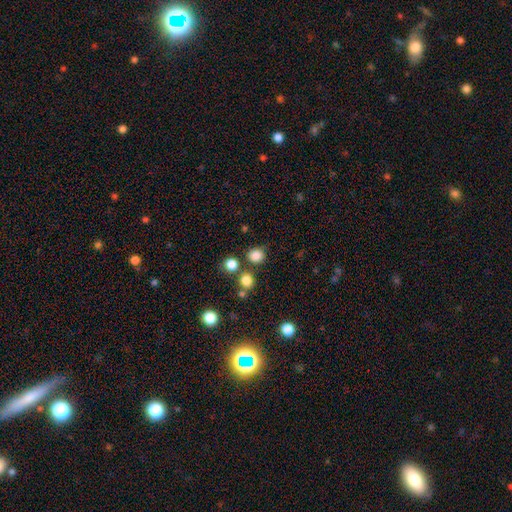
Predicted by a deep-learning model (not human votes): Morphology: type=smooth (82%); roundness=round (84%); merging=none (74%).